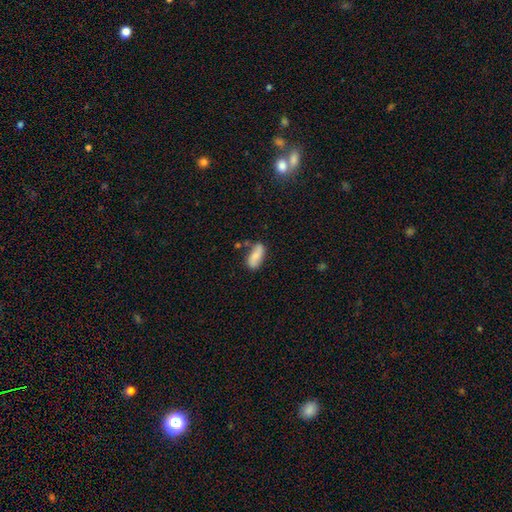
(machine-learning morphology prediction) smooth-or-featured: smooth: 66% | featured or disk: 26% | star or artifact: 7%
  how-rounded: in between: 80% | cigar-shaped: 17% | round: 3%
  merging: none: 64% | minor disturbance: 22% | merger: 9% | major disturbance: 6%